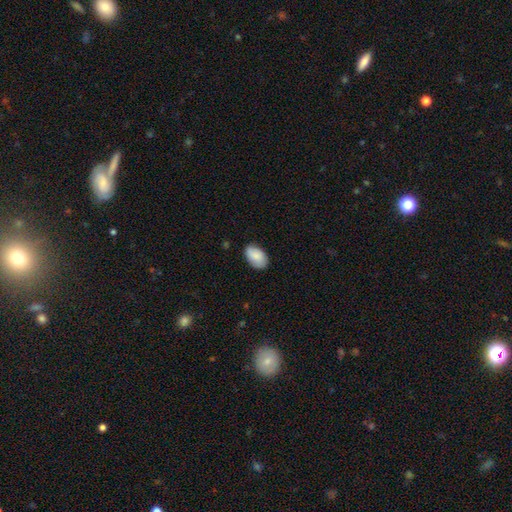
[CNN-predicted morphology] Smooth or featured?
  - smooth: 85% *
  - featured or disk: 9%
  - star or artifact: 6%
How rounded?
  - in between: 93% *
  - round: 6%
  - cigar-shaped: 1%
Merging?
  - none: 79% *
  - minor disturbance: 17%
  - major disturbance: 3%
  - merger: 1%